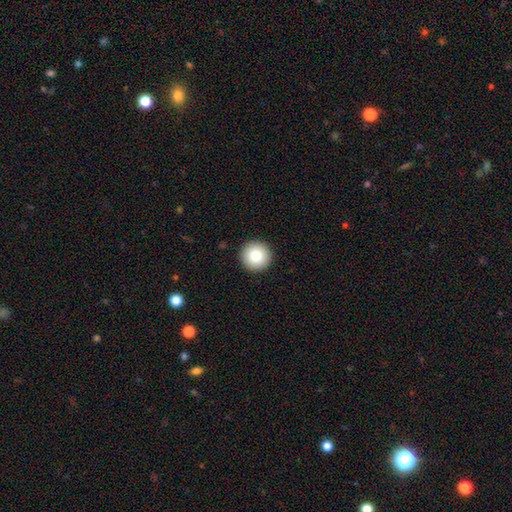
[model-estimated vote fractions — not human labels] Overall: smooth (82%). How rounded: round (96%). Merging: none (93%).